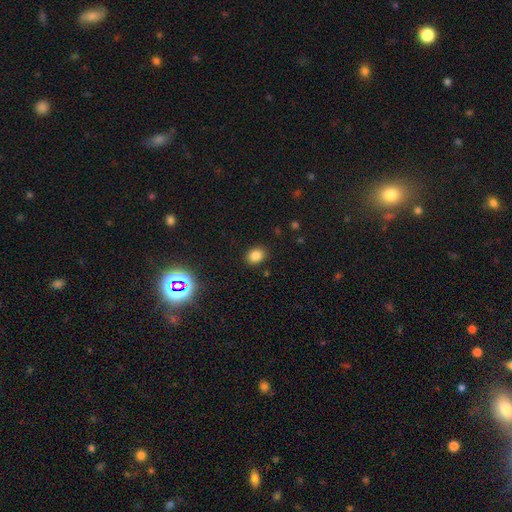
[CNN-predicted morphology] A smooth galaxy with no disk features (83%) that is in between round and cigar-shaped (51%).

Vote fractions:
- Smooth or featured? smooth: 83% / star or artifact: 13% / featured or disk: 4%
- How rounded? in between: 51% / round: 48% / cigar-shaped: 1%
- Merging? none: 88% / minor disturbance: 8% / major disturbance: 3% / merger: 1%